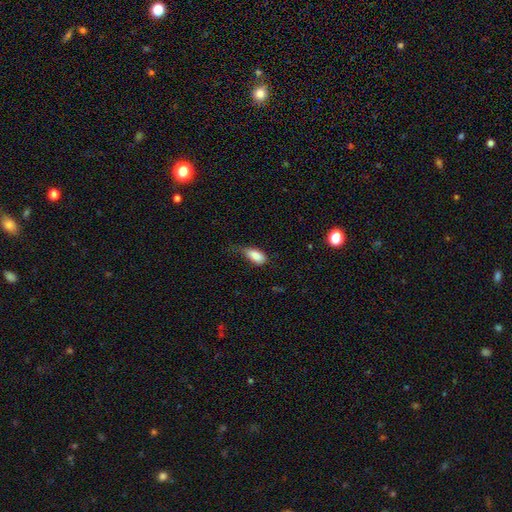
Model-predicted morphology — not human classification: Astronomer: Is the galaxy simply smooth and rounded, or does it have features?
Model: smooth — 84%.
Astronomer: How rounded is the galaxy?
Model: in between — 89%.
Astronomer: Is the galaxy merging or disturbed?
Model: minor disturbance — 40% (runner-up: none, 36%).